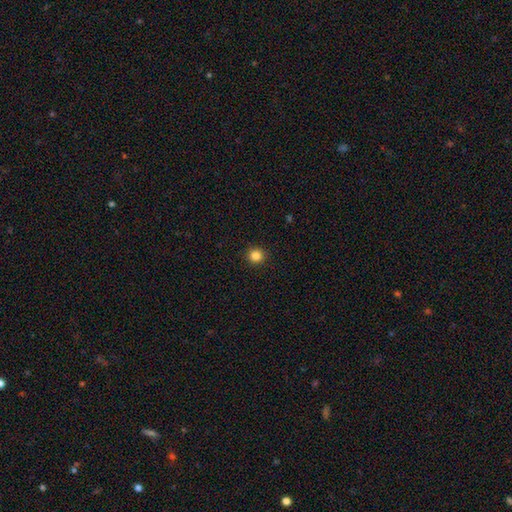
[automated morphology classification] smooth 85%, star or artifact 12%, featured or disk 4%. Down the decision tree: how rounded — round (92%); merging — none (92%).